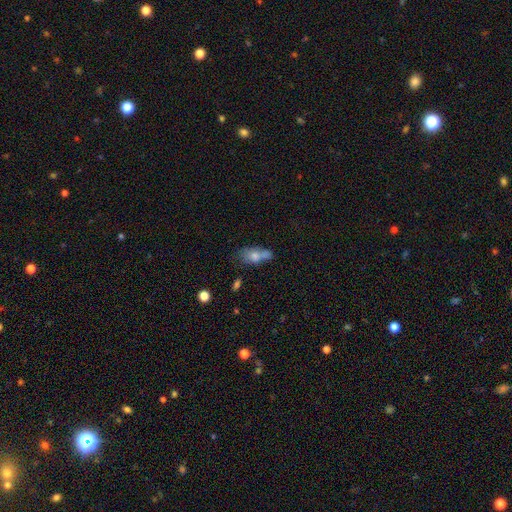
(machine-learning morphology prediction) Smooth or featured: smooth — 69% (featured or disk — 22%)
How rounded: in between — 79% (round — 11%)
Merging: merger — 35% (none — 30%)